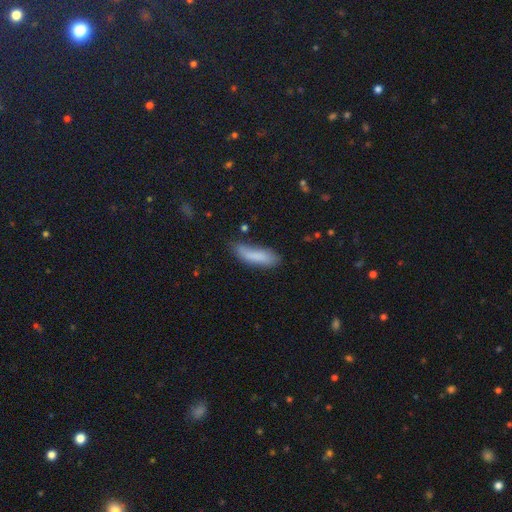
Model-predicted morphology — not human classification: Smooth or featured: smooth — 78% (featured or disk — 15%)
How rounded: cigar-shaped — 59% (in between — 39%)
Merging: none — 57% (minor disturbance — 30%)